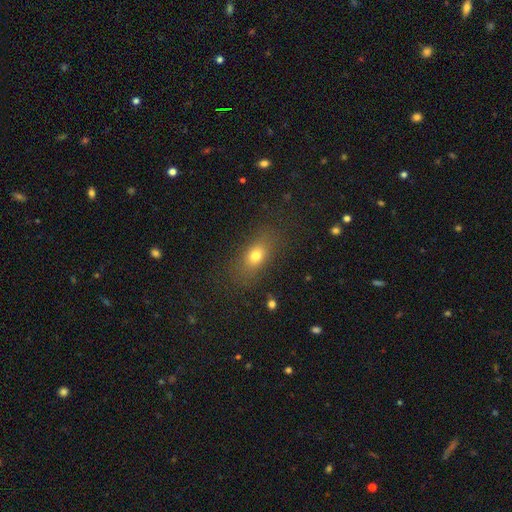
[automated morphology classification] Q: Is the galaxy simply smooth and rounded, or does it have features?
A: smooth — 74%.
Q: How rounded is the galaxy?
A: in between — 73%.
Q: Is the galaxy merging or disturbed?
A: none — 79%.